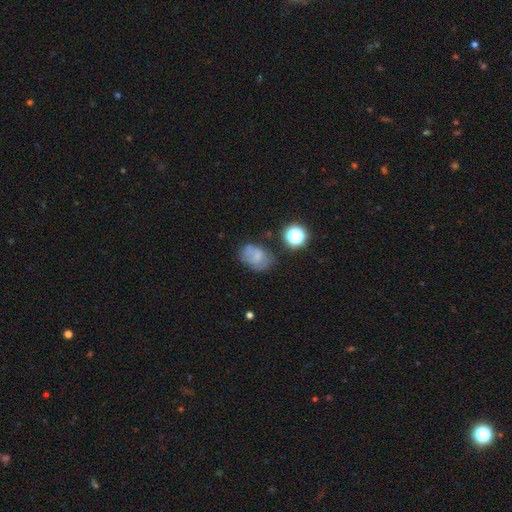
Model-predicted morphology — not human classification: Q: Smooth or featured?
A: smooth (52%); runner-up: featured or disk (32%)
Q: How rounded?
A: in between (66%); runner-up: round (32%)
Q: Merging?
A: none (47%); runner-up: minor disturbance (28%)